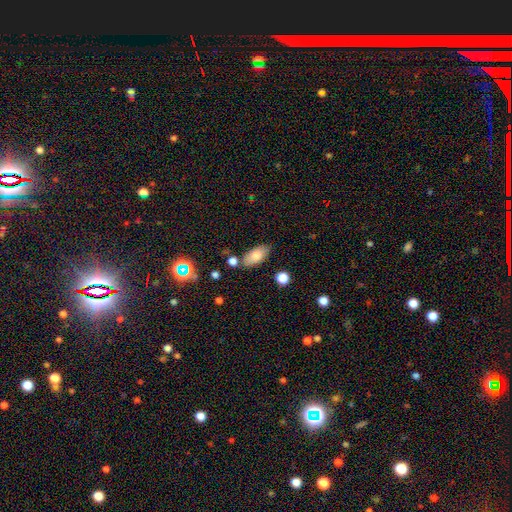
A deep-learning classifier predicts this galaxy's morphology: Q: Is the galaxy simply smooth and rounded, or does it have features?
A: smooth — 79%.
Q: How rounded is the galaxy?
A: in between — 91%.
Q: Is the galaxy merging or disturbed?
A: none — 77%.